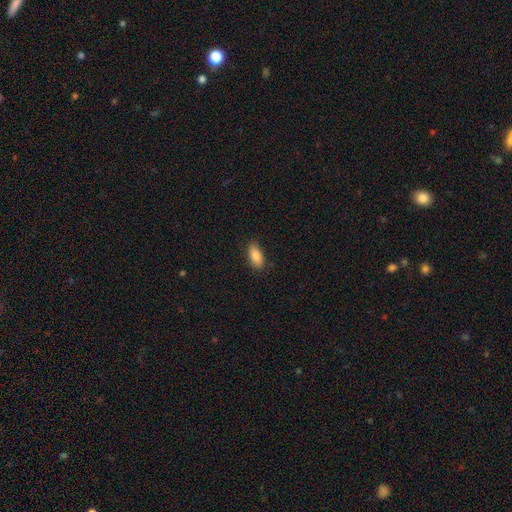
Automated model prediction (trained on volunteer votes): A smooth galaxy with no disk features (87%) that is in between round and cigar-shaped (89%).

Vote fractions:
- Smooth or featured? smooth: 87% / star or artifact: 7% / featured or disk: 6%
- How rounded? in between: 89% / cigar-shaped: 9% / round: 3%
- Merging? none: 85% / minor disturbance: 12% / major disturbance: 2% / merger: 1%